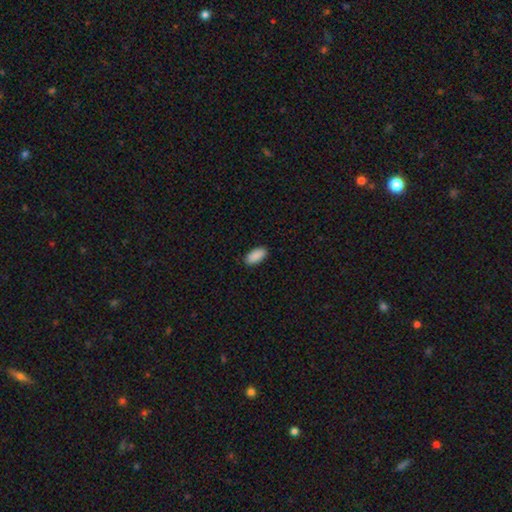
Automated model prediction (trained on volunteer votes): smooth_or_featured: smooth (p=0.91) [alt: star or artifact p=0.06]
how_rounded: in between (p=0.93) [alt: cigar-shaped p=0.05]
merging: none (p=0.90) [alt: minor disturbance p=0.08]